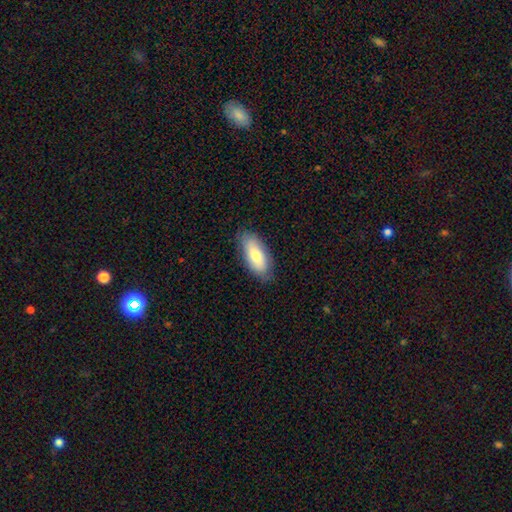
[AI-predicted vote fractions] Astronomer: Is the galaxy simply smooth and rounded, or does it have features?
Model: smooth — 72%.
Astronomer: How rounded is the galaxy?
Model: in between — 85%.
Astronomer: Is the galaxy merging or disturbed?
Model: none — 81%.